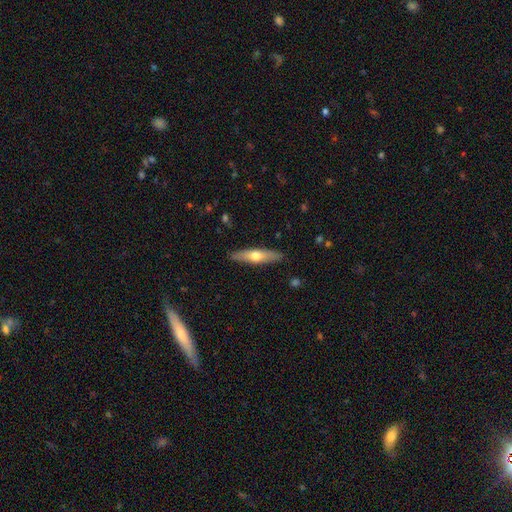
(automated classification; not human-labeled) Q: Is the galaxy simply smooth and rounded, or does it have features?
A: smooth — 49%.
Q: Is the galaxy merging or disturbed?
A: none — 89%.